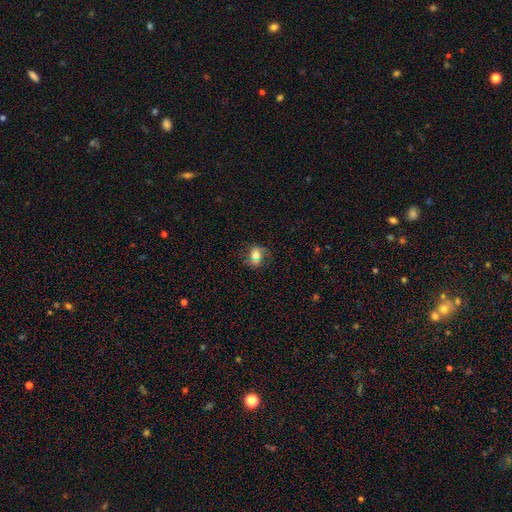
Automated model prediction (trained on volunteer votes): This appears to be a smooth galaxy with no disk features (59%) that is round (52%). Merging: none (67%).